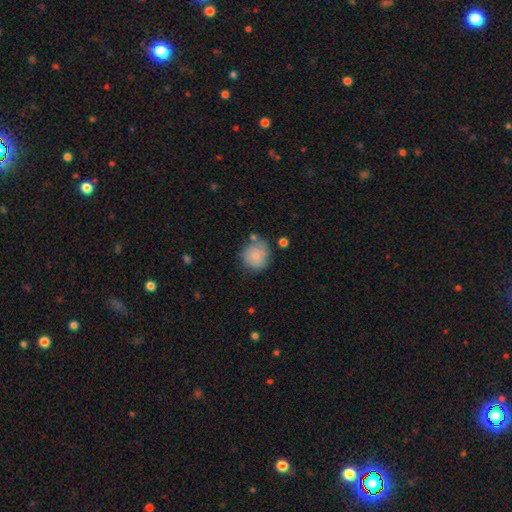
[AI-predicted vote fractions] Smooth or featured?
  - smooth: 77% *
  - featured or disk: 15%
  - star or artifact: 8%
How rounded?
  - round: 83% *
  - in between: 16%
  - cigar-shaped: 1%
Merging?
  - none: 55% *
  - minor disturbance: 25%
  - major disturbance: 10%
  - merger: 10%